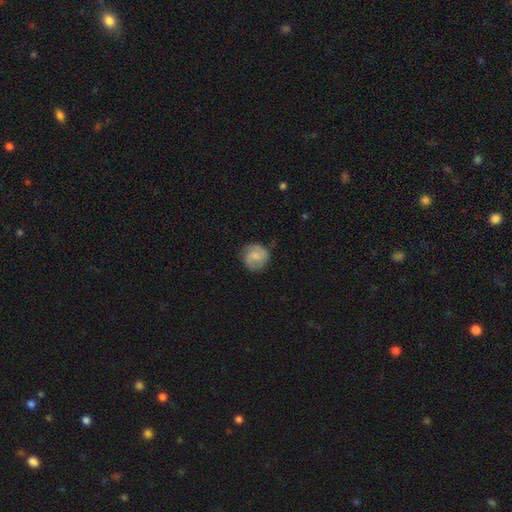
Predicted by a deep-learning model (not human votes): Smooth or featured: smooth — 50% (featured or disk — 43%)
Merging: none — 76% (minor disturbance — 17%)